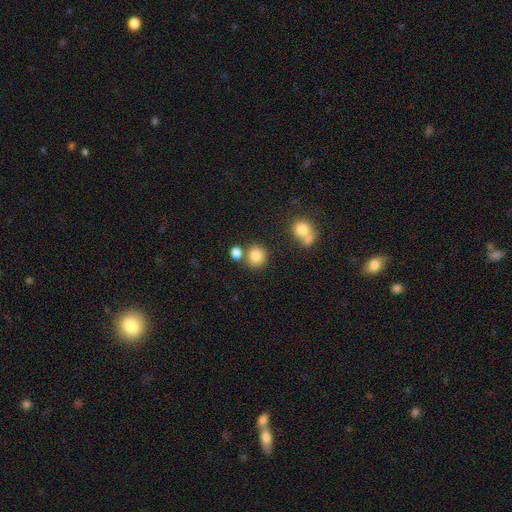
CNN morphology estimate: Smooth or featured? smooth (83%)
How rounded? round (86%)
Merging? none (70%)